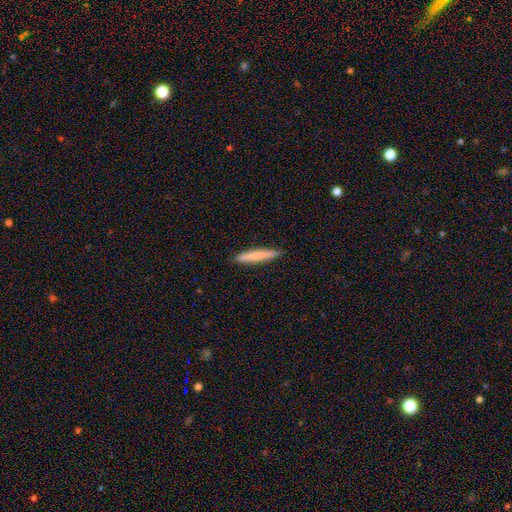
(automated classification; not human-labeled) Smooth or featured? Predicted: smooth (p=0.79). How rounded? Predicted: cigar-shaped (p=0.95). Merging? Predicted: none (p=0.92).